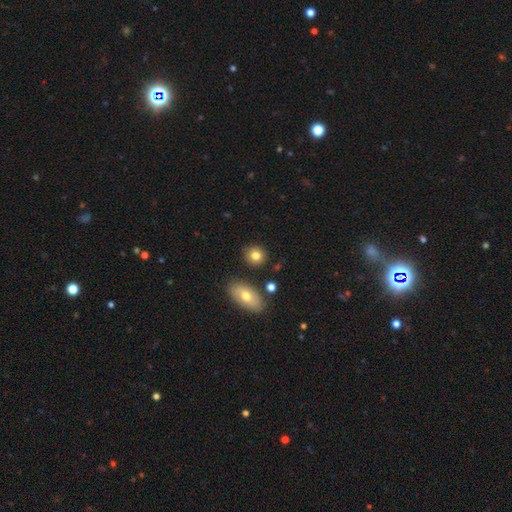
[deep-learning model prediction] smooth-or-featured: smooth: 80% | featured or disk: 10% | star or artifact: 10%
  how-rounded: round: 82% | in between: 17% | cigar-shaped: 1%
  merging: none: 84% | minor disturbance: 9% | merger: 5% | major disturbance: 3%